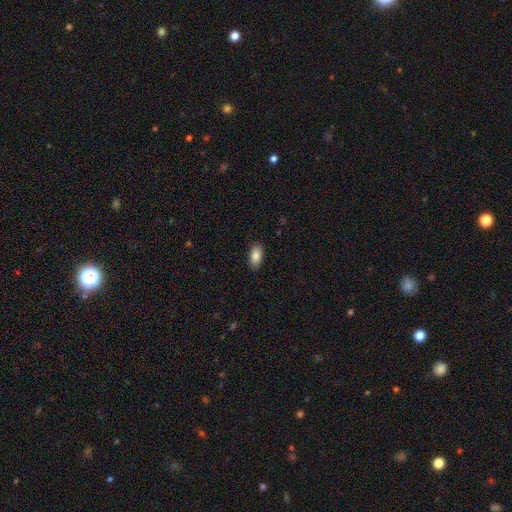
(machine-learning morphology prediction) This appears to be a smooth galaxy with no disk features (86%) that is in between round and cigar-shaped (91%). Merging: none (87%).